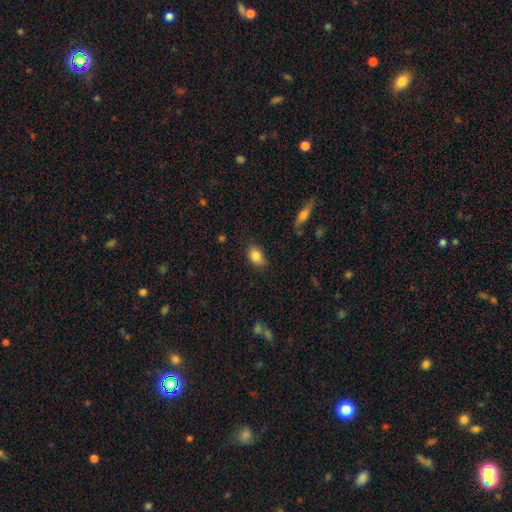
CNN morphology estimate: type=smooth (83%); roundness=in between (67%); merging=none (63%).